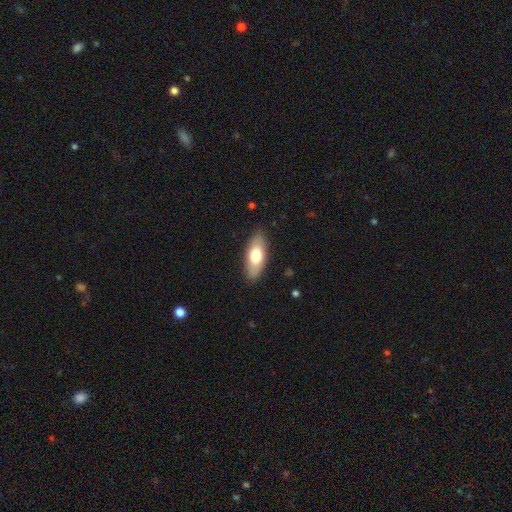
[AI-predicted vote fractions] A smooth galaxy with no disk features (69%) that is in between round and cigar-shaped (80%).

Vote fractions:
- Smooth or featured? smooth: 69% / featured or disk: 25% / star or artifact: 6%
- How rounded? in between: 80% / cigar-shaped: 17% / round: 3%
- Merging? none: 86% / minor disturbance: 10% / major disturbance: 2% / merger: 1%